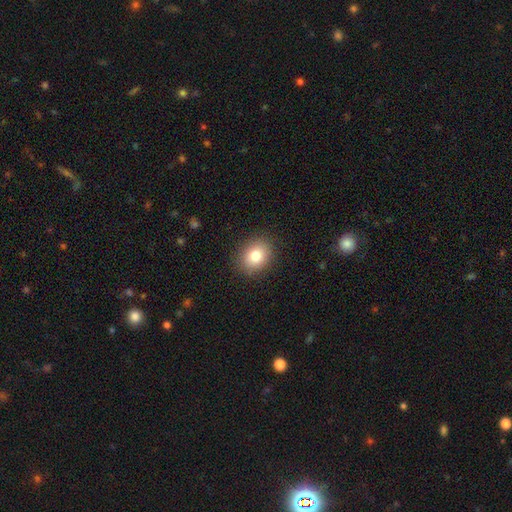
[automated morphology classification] Smooth or featured? smooth (81%)
How rounded? round (55%)
Merging? none (88%)